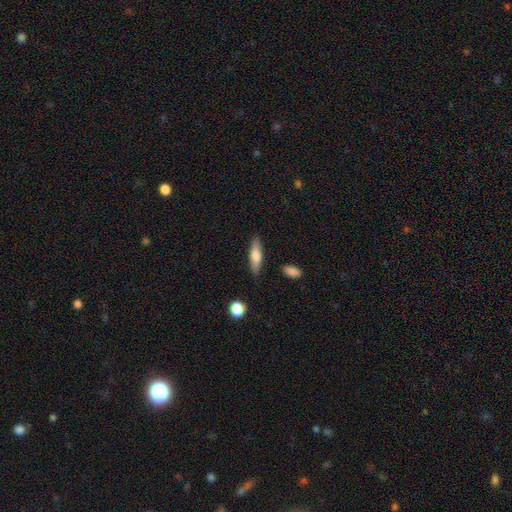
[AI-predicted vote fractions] Q: Smooth or featured?
A: smooth (66%); runner-up: featured or disk (28%)
Q: How rounded?
A: cigar-shaped (64%); runner-up: in between (34%)
Q: Merging?
A: none (85%); runner-up: minor disturbance (11%)